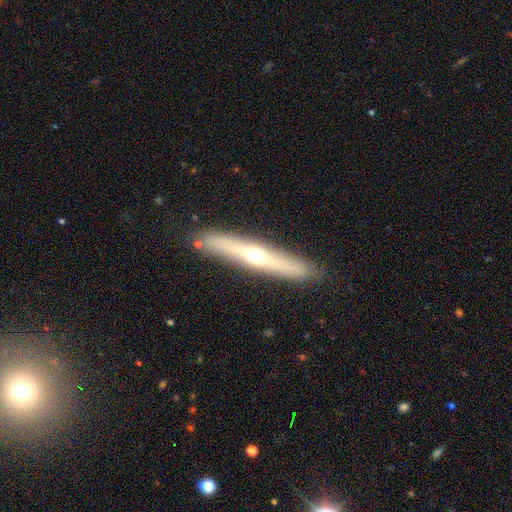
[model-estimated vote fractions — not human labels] featured or disk 60%, smooth 33%, star or artifact 6%. Down the decision tree: edge-on disk — yes (92%); edge-on bulge — rounded (88%); merging — none (89%).